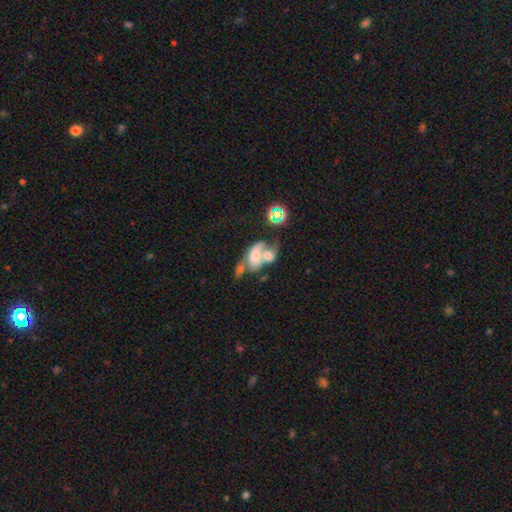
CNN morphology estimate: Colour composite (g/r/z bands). It shows a smooth galaxy with no disk features (47%). Merging: merger (68%).